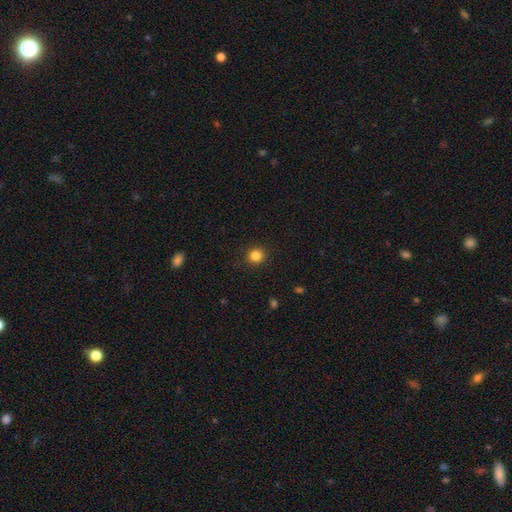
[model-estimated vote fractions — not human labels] A smooth galaxy with no disk features (84%) that is round (92%).

Vote fractions:
- Smooth or featured? smooth: 84% / star or artifact: 12% / featured or disk: 4%
- How rounded? round: 92% / in between: 7% / cigar-shaped: 1%
- Merging? none: 91% / minor disturbance: 6% / major disturbance: 2% / merger: 1%